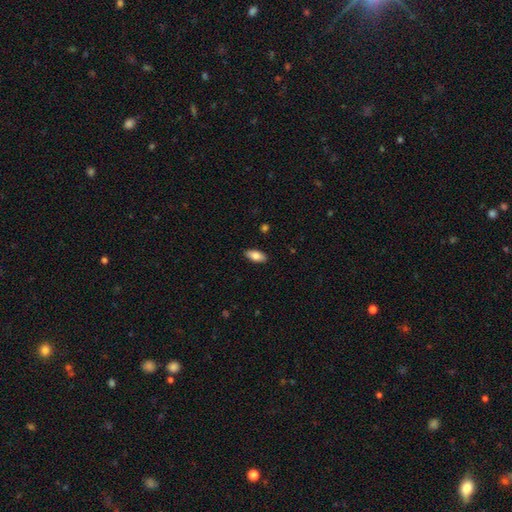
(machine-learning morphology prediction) This is likely a smooth galaxy (79%). How rounded: clearly in between (87%). Merging: clearly none (88%).